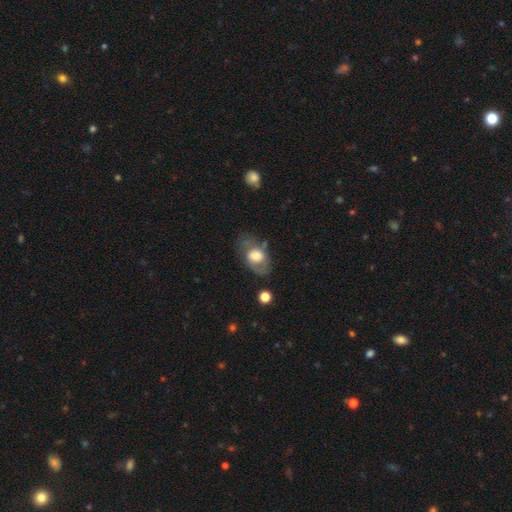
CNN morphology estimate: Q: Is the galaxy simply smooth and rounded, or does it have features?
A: smooth — 54%.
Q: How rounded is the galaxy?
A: in between — 77%.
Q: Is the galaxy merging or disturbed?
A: none — 54%.